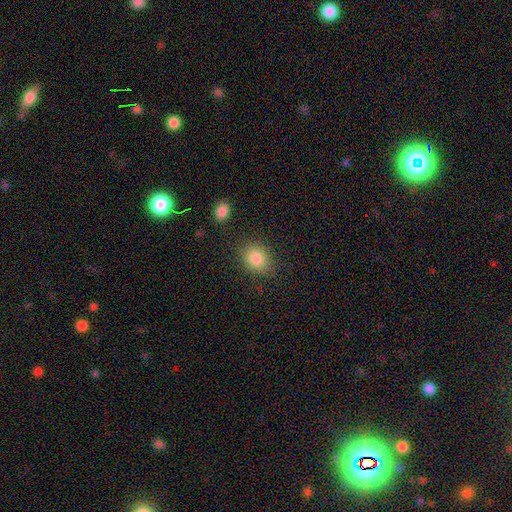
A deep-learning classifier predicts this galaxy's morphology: Smooth or featured? smooth (83%)
How rounded? round (57%)
Merging? none (85%)